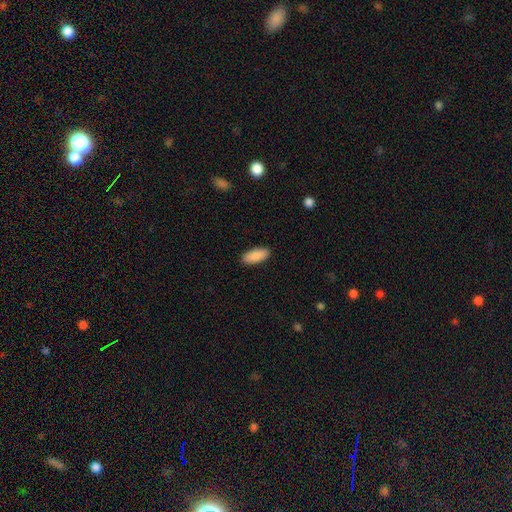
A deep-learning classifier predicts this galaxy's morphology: This is clearly a smooth galaxy (91%). How rounded: clearly in between (86%). Merging: clearly none (90%).